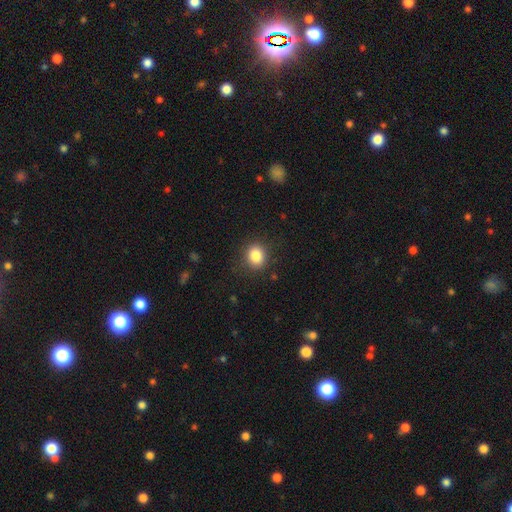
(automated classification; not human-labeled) Smooth or featured: smooth — 84% (star or artifact — 10%)
How rounded: round — 73% (in between — 26%)
Merging: none — 86% (minor disturbance — 10%)